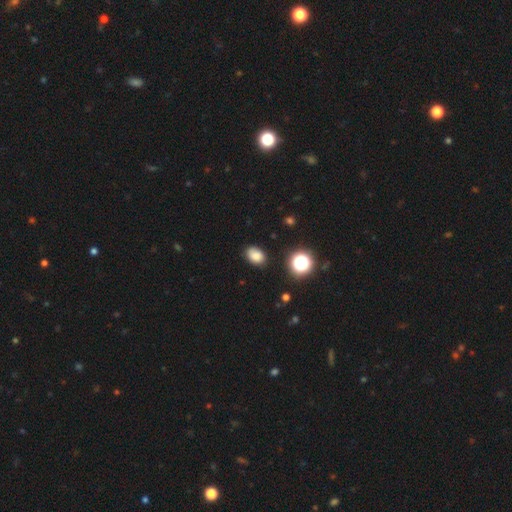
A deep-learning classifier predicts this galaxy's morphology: Smooth or featured: smooth — 80% (star or artifact — 13%)
How rounded: in between — 75% (round — 23%)
Merging: none — 82% (minor disturbance — 13%)